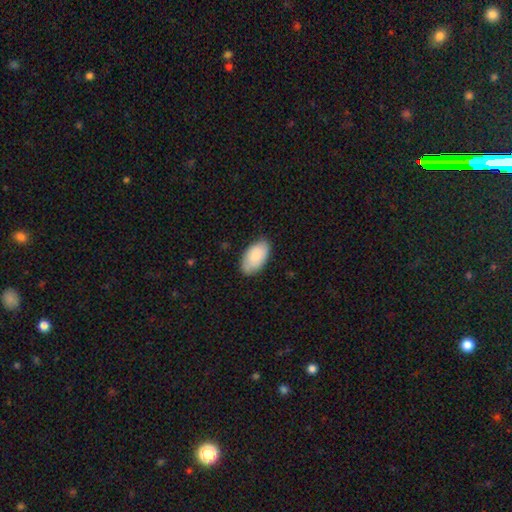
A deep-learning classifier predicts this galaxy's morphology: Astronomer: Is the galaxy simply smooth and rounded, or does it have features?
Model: smooth — 83%.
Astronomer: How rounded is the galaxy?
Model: in between — 95%.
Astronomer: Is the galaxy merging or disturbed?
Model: none — 81%.